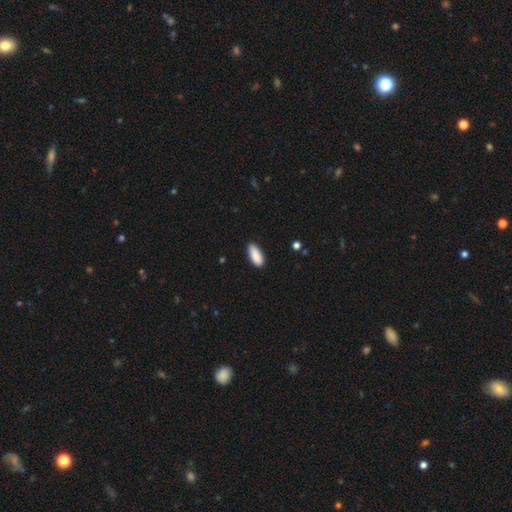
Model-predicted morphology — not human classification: This appears to be a smooth galaxy with no disk features (90%) that is in between round and cigar-shaped (84%). Merging: none (86%).